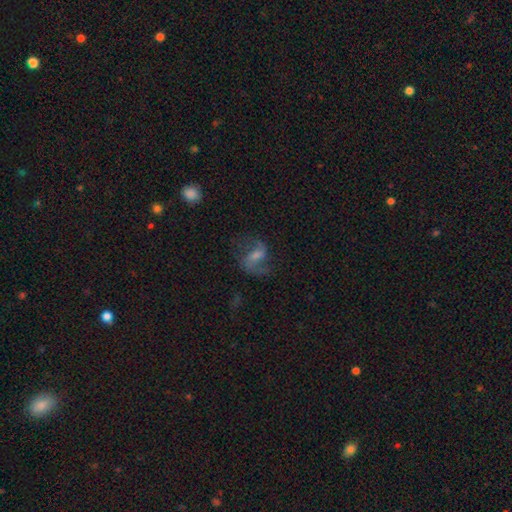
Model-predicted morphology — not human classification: Q: Smooth or featured?
A: featured or disk (73%); runner-up: smooth (17%)
Q: Edge-on disk?
A: no (97%); runner-up: yes (3%)
Q: Bar?
A: weak (51%); runner-up: no (25%)
Q: Spiral arms?
A: yes (92%); runner-up: no (8%)
Q: Spiral winding?
A: loose (54%); runner-up: medium (38%)
Q: Spiral arm count?
A: 2 (86%); runner-up: 1 (7%)
Q: Bulge size?
A: small (37%); runner-up: moderate (35%)
Q: Merging?
A: none (62%); runner-up: major disturbance (19%)